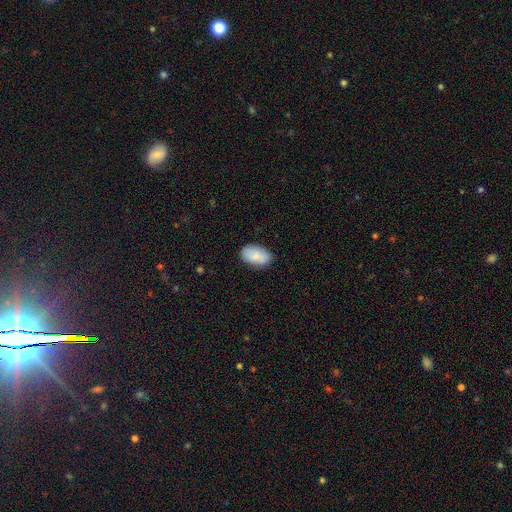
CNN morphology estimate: Smooth or featured? Predicted: smooth (p=0.84). How rounded? Predicted: in between (p=0.93). Merging? Predicted: none (p=0.82).